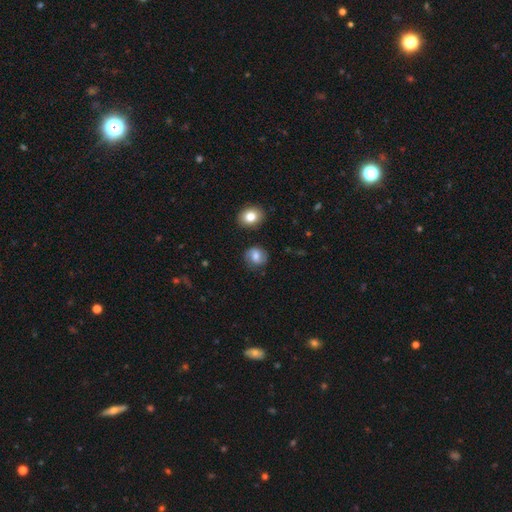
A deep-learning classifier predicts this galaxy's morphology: Overall: smooth (60%; featured or disk 30%). How rounded: round (78%). Merging: none (82%).